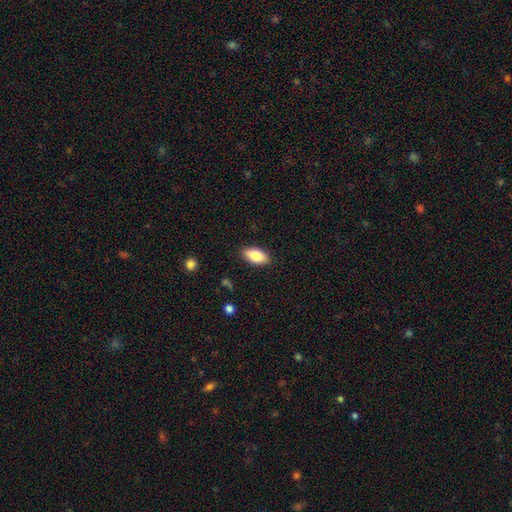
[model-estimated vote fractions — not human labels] Overall: smooth (81%). How rounded: in between (88%). Merging: none (87%).